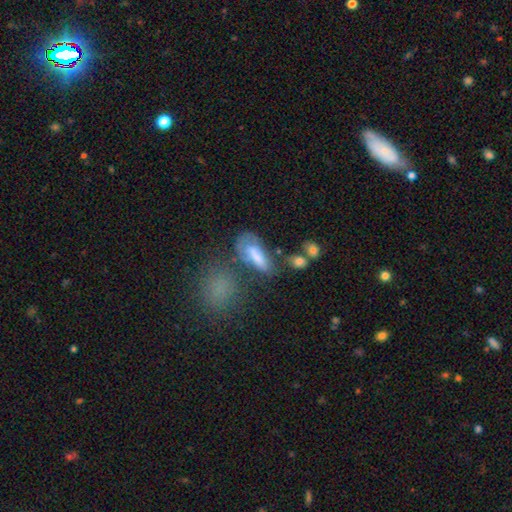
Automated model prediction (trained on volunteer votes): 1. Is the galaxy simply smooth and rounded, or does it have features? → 65% smooth, 24% featured or disk, 11% star or artifact.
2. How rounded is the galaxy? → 65% in between, 30% cigar-shaped, 5% round.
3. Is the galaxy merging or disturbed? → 41% none, 23% minor disturbance, 20% major disturbance, 16% merger.